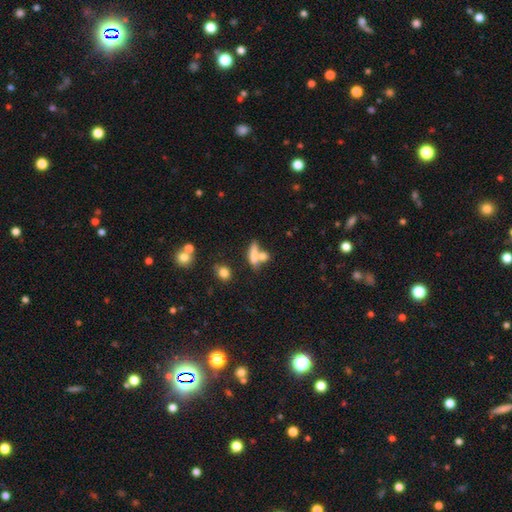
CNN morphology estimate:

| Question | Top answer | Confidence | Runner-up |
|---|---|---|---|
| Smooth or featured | smooth | 69% | featured or disk (19%) |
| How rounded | cigar-shaped | 45% | in between (42%) |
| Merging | merger | 43% | none (39%) |